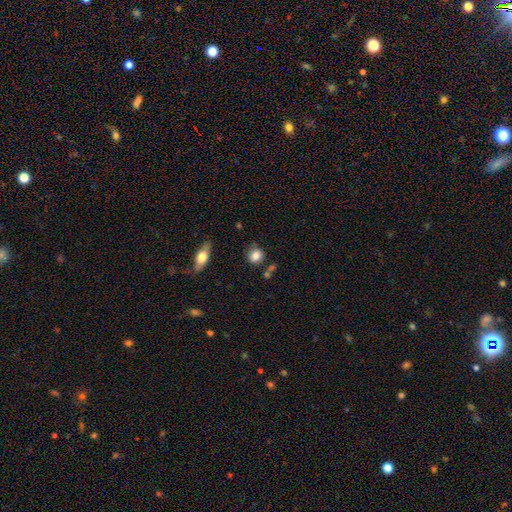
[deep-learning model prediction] This is clearly a smooth galaxy (83%). How rounded: likely round (77%). Merging: likely none (74%).